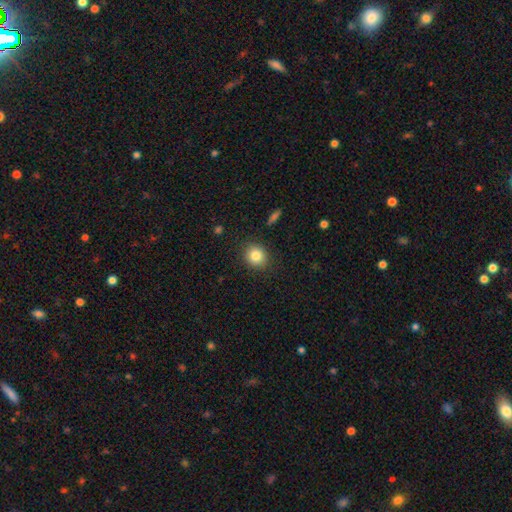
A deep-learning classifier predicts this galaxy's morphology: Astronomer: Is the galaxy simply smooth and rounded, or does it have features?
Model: smooth — 83%.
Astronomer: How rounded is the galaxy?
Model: round — 76%.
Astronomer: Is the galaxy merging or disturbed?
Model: none — 89%.